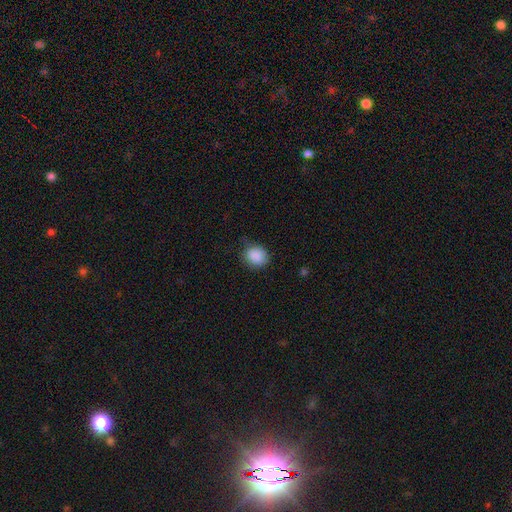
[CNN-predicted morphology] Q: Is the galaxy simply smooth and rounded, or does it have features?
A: smooth — 88%.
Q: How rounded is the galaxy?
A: round — 64%.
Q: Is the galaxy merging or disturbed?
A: none — 69%.